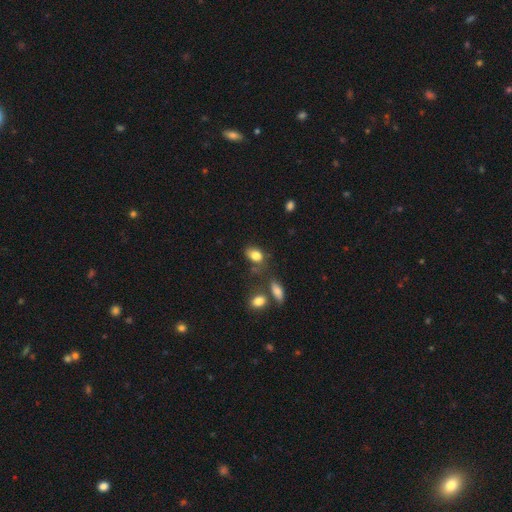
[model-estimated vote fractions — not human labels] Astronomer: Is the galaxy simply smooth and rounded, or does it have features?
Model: smooth — 83%.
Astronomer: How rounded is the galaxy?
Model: in between — 82%.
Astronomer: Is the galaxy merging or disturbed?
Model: none — 58%.